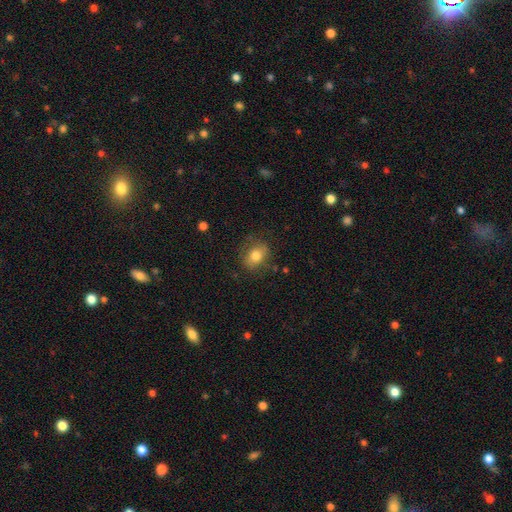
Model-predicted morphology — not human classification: The model was most divided on "how rounded": in between: 53%, round: 46%, cigar-shaped: 1%. More confident: smooth or featured — smooth (75%); merging — none (74%).